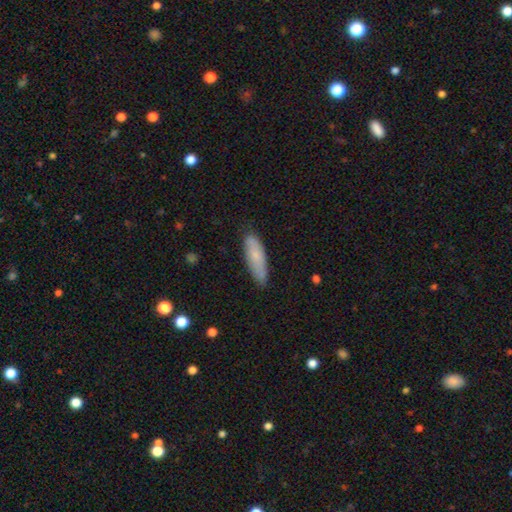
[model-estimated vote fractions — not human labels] Smooth or featured?
  - smooth: 76% *
  - featured or disk: 18%
  - star or artifact: 6%
How rounded?
  - cigar-shaped: 52% *
  - in between: 46%
  - round: 2%
Merging?
  - none: 77% *
  - minor disturbance: 19%
  - major disturbance: 3%
  - merger: 1%